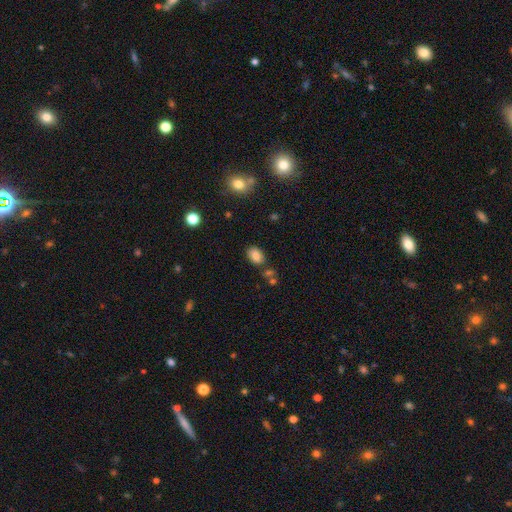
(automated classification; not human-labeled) A smooth galaxy with no disk features (83%) that is in between round and cigar-shaped (78%).

Vote fractions:
- Smooth or featured? smooth: 83% / star or artifact: 10% / featured or disk: 7%
- How rounded? in between: 78% / round: 21% / cigar-shaped: 1%
- Merging? none: 77% / minor disturbance: 13% / merger: 7% / major disturbance: 3%